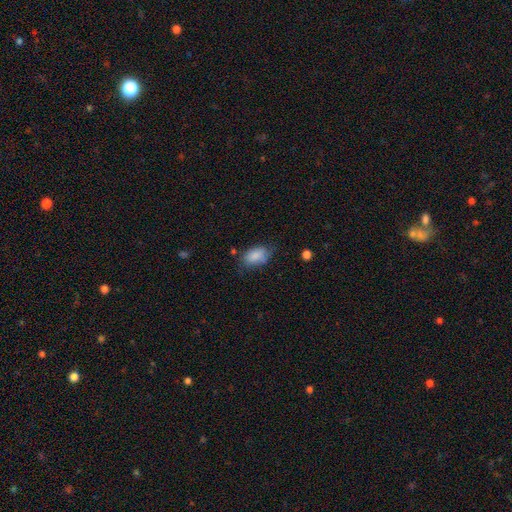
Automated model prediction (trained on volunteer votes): Overall: smooth (85%). How rounded: in between (91%). Merging: none (64%; minor disturbance 27%).